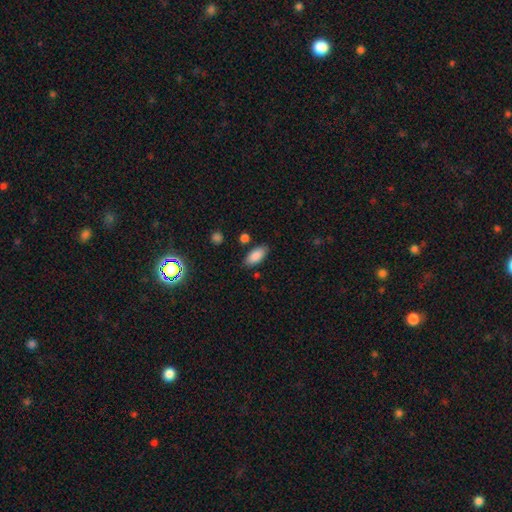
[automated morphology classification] smooth_or_featured: smooth (p=0.87) [alt: star or artifact p=0.08]
how_rounded: in between (p=0.89) [alt: cigar-shaped p=0.09]
merging: none (p=0.82) [alt: minor disturbance p=0.12]